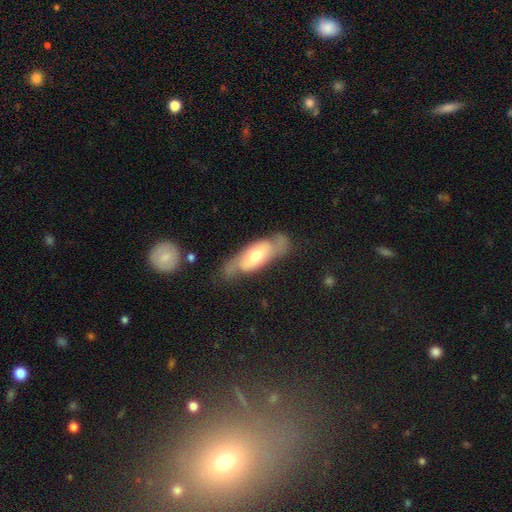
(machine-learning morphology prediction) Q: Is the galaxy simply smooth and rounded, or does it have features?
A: featured or disk — 59%.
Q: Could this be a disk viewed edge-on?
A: no — 78%.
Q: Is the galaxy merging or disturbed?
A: none — 62%.